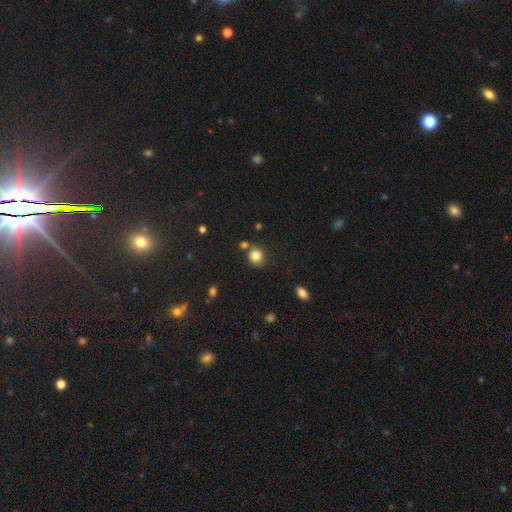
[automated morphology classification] A smooth galaxy with no disk features (83%) that is round (79%).

Vote fractions:
- Smooth or featured? smooth: 83% / star or artifact: 11% / featured or disk: 6%
- How rounded? round: 79% / in between: 20% / cigar-shaped: 1%
- Merging? none: 76% / merger: 11% / minor disturbance: 11% / major disturbance: 3%